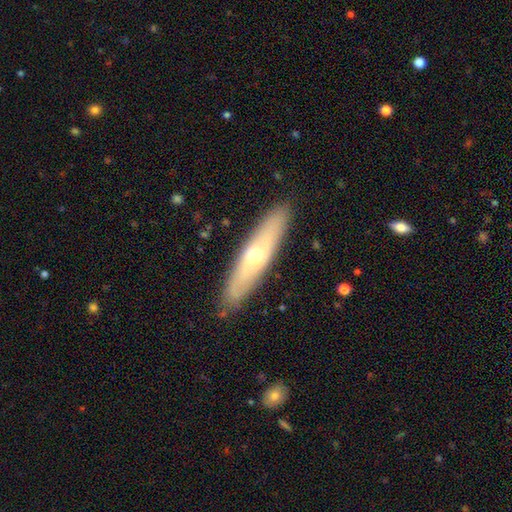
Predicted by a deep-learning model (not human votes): A featured or disk galaxy (52%) viewed edge-on (61%). Merging: none (87%).